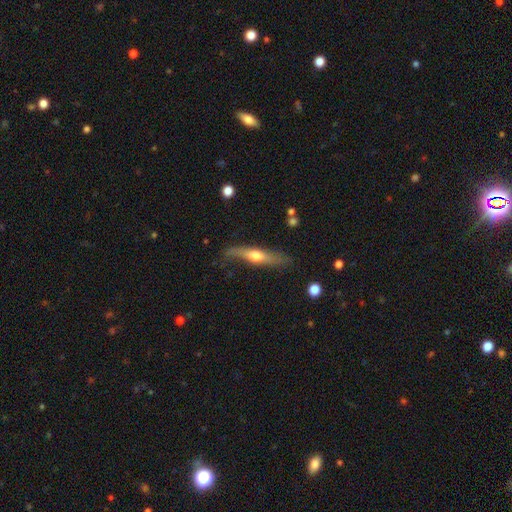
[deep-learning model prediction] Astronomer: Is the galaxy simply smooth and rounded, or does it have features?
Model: featured or disk — 60% (runner-up: smooth, 35%).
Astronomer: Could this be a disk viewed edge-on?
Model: yes — 85%.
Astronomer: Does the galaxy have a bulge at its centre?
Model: rounded — 89%.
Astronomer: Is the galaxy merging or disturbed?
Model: none — 67%.